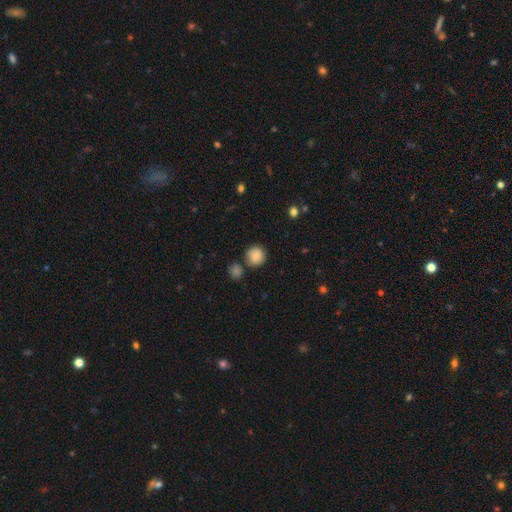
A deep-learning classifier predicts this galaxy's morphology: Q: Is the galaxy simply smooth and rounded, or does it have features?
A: smooth — 87%.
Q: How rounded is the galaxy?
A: round — 90%.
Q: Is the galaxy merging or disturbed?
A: none — 74%.